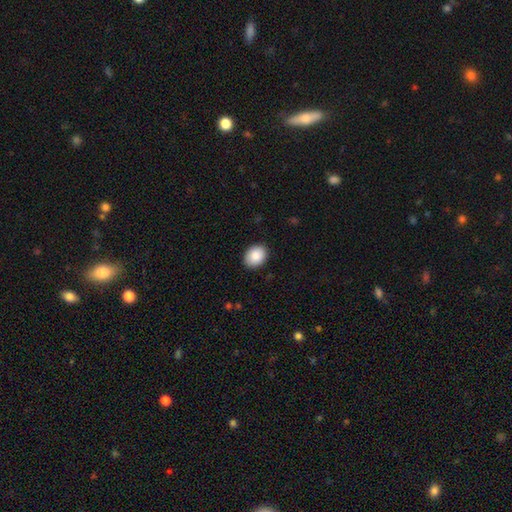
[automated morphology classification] smooth 88%, star or artifact 7%, featured or disk 5%. Down the decision tree: how rounded — in between (61%); merging — none (89%).